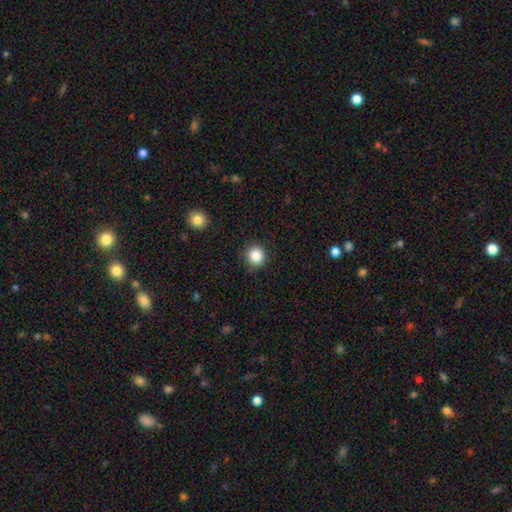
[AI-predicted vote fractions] Smooth or featured?
  - smooth: 86% *
  - star or artifact: 10%
  - featured or disk: 4%
How rounded?
  - round: 93% *
  - in between: 6%
  - cigar-shaped: 1%
Merging?
  - none: 90% *
  - minor disturbance: 7%
  - major disturbance: 2%
  - merger: 1%